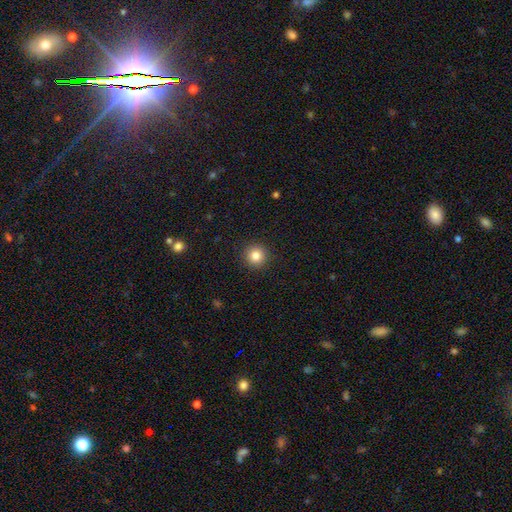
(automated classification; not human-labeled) A smooth galaxy with no disk features (84%) that is round (95%).

Vote fractions:
- Smooth or featured? smooth: 84% / star or artifact: 11% / featured or disk: 6%
- How rounded? round: 95% / in between: 4% / cigar-shaped: 1%
- Merging? none: 92% / minor disturbance: 5% / major disturbance: 2% / merger: 1%